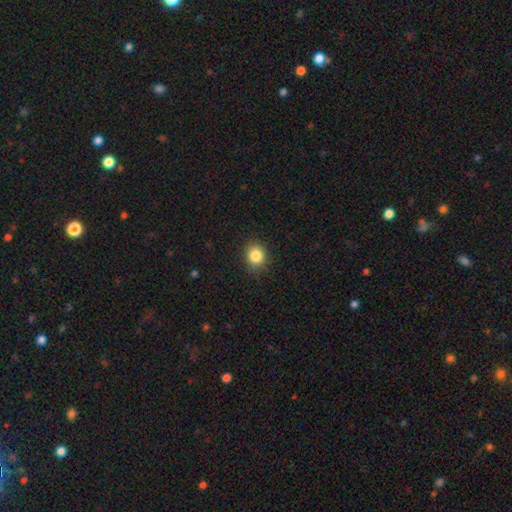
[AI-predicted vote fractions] A smooth galaxy with no disk features (85%) that is round (76%). Merging: none (88%).